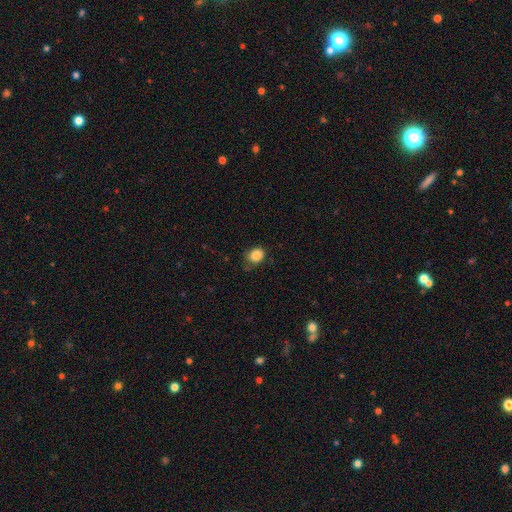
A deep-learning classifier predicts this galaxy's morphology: smooth-or-featured: smooth: 86% | star or artifact: 10% | featured or disk: 5%
  how-rounded: round: 53% | in between: 46% | cigar-shaped: 1%
  merging: none: 75% | minor disturbance: 20% | major disturbance: 4% | merger: 1%